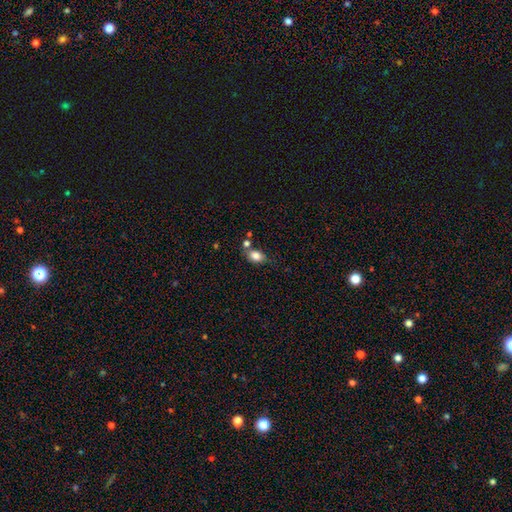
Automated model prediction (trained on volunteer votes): smooth 83%, star or artifact 9%, featured or disk 8%. Down the decision tree: how rounded — in between (74%); merging — none (58%).